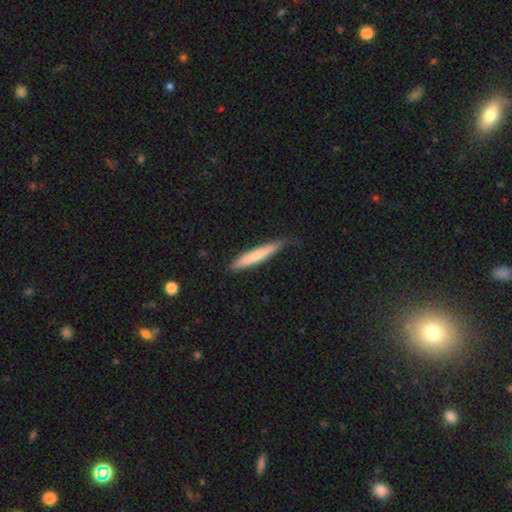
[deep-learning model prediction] Smooth or featured: smooth — 66% (featured or disk — 29%)
How rounded: cigar-shaped — 93% (in between — 5%)
Merging: none — 73% (minor disturbance — 22%)